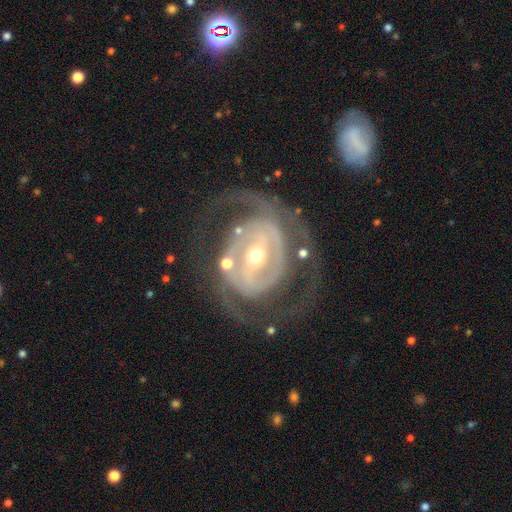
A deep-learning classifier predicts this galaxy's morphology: smooth_or_featured: featured or disk (p=0.88) [alt: smooth p=0.06]
disk_edge_on: no (p=0.96) [alt: yes p=0.04]
bar: strong (p=0.45) [alt: weak p=0.36]
has_spiral_arms: yes (p=0.90) [alt: no p=0.10]
spiral_winding: tight (p=0.50) [alt: medium p=0.37]
spiral_arm_count: 2 (p=0.59) [alt: can't tell p=0.18]
bulge_size: moderate (p=0.48) [alt: small p=0.46]
merging: none (p=0.62) [alt: major disturbance p=0.17]